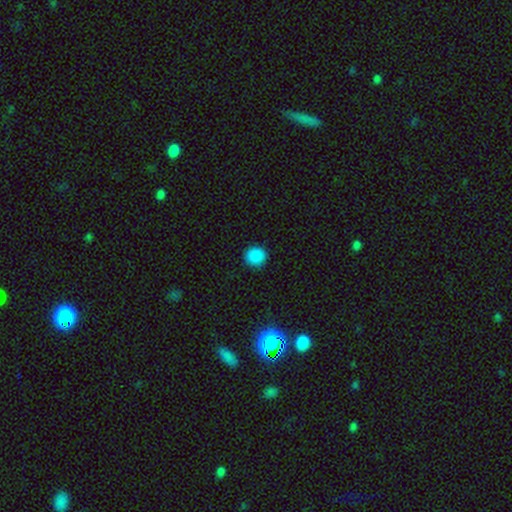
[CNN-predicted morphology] This is clearly a smooth galaxy (88%). How rounded: clearly round (91%). Merging: clearly none (91%).